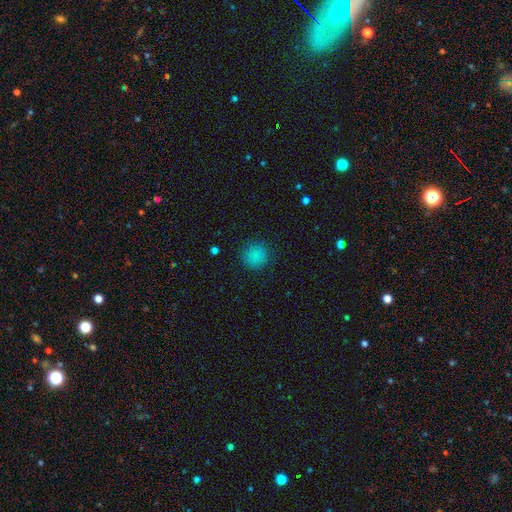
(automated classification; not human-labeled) Smooth or featured?
  - smooth: 84% *
  - star or artifact: 12%
  - featured or disk: 4%
How rounded?
  - round: 93% *
  - in between: 6%
  - cigar-shaped: 1%
Merging?
  - none: 88% *
  - minor disturbance: 8%
  - major disturbance: 3%
  - merger: 1%